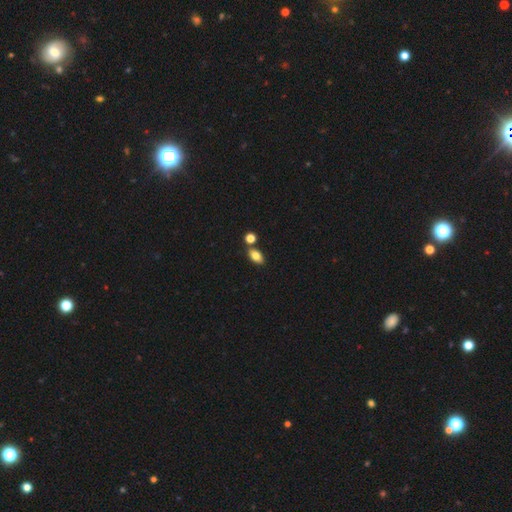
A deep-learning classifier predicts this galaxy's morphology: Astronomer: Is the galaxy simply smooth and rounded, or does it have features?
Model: smooth — 81%.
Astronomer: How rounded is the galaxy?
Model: in between — 88%.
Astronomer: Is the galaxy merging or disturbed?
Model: none — 72%.